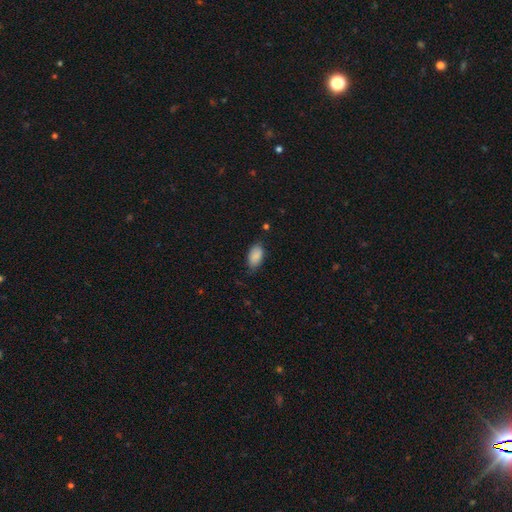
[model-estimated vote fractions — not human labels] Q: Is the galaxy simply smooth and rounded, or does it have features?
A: smooth — 88%.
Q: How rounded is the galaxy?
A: in between — 94%.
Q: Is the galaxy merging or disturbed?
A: none — 72%.